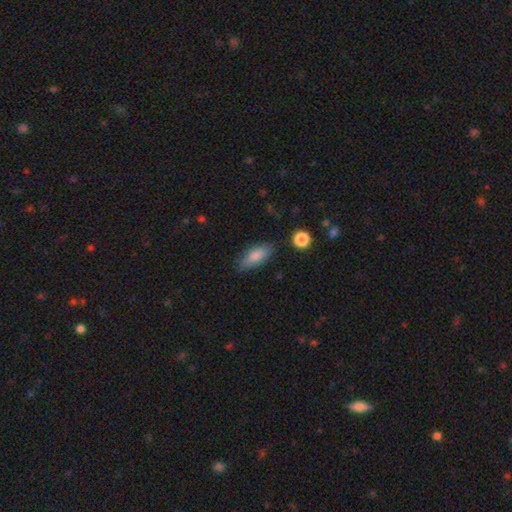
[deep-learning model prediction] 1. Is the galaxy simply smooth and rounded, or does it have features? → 81% smooth, 12% featured or disk, 7% star or artifact.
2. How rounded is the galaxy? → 78% in between, 19% cigar-shaped, 3% round.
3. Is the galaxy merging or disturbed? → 76% none, 18% minor disturbance, 4% major disturbance, 2% merger.